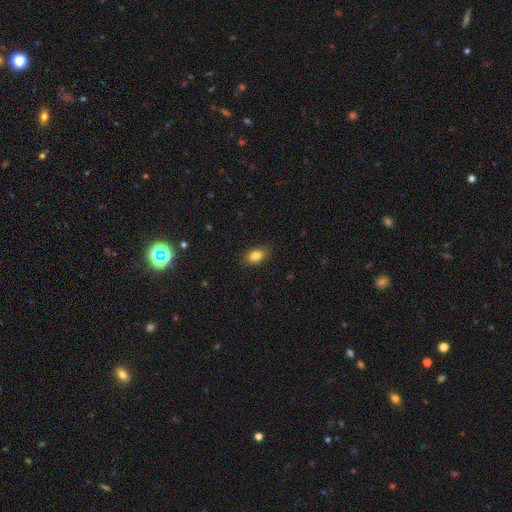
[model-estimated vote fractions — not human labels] A smooth galaxy with no disk features (83%) that is in between round and cigar-shaped (84%). Merging: none (85%).